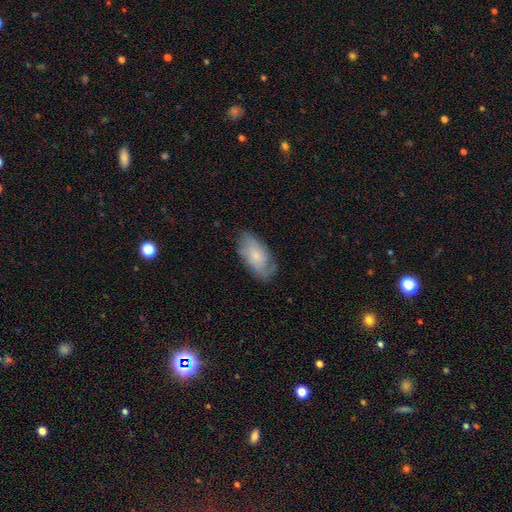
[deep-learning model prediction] smooth_or_featured: smooth (p=0.53) [alt: featured or disk p=0.41]
how_rounded: in between (p=0.90) [alt: cigar-shaped p=0.07]
merging: none (p=0.72) [alt: minor disturbance p=0.21]